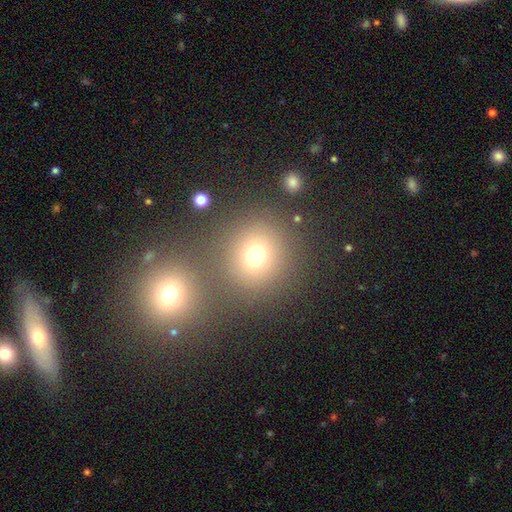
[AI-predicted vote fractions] Smooth or featured? Predicted: smooth (p=0.73). How rounded? Predicted: round (p=0.88). Merging? Predicted: none (p=0.69).